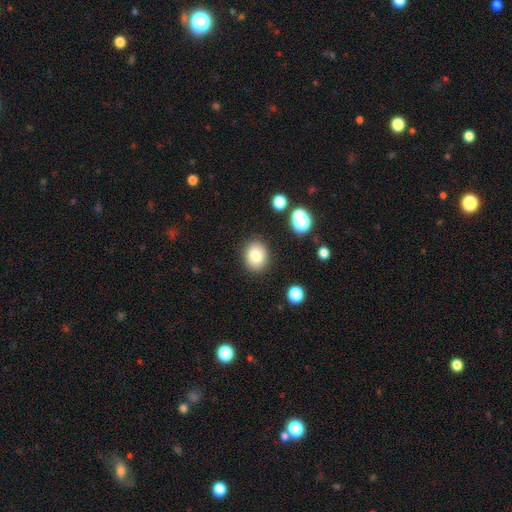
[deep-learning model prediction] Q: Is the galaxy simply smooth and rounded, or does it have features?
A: smooth — 81%.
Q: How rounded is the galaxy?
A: round — 55%.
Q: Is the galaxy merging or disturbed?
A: none — 87%.